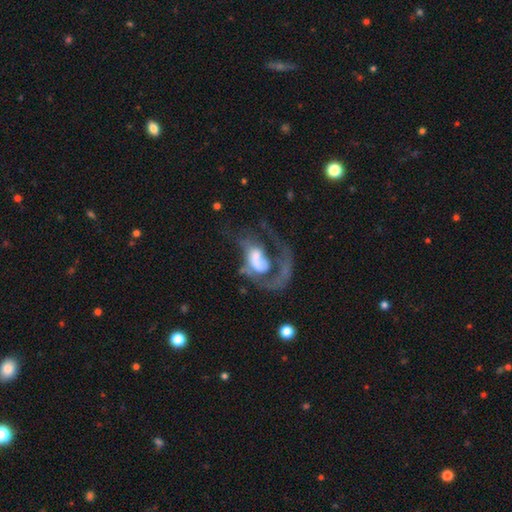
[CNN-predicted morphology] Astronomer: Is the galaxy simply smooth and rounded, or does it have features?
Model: featured or disk — 66%.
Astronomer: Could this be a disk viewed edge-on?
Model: no — 97%.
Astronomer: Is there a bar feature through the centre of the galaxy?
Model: no — 67%.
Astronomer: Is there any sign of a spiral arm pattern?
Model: yes — 64%.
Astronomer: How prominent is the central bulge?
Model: large — 35% (runner-up: moderate, 27%).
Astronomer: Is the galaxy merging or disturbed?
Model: major disturbance — 61%.